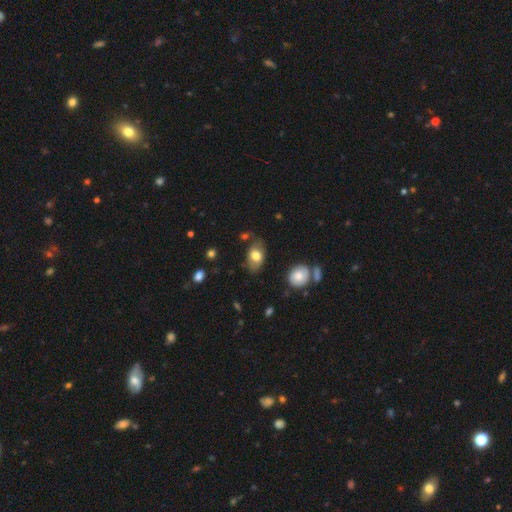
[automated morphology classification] This is likely a smooth galaxy (74%). How rounded: clearly in between (86%). Merging: likely none (64%).